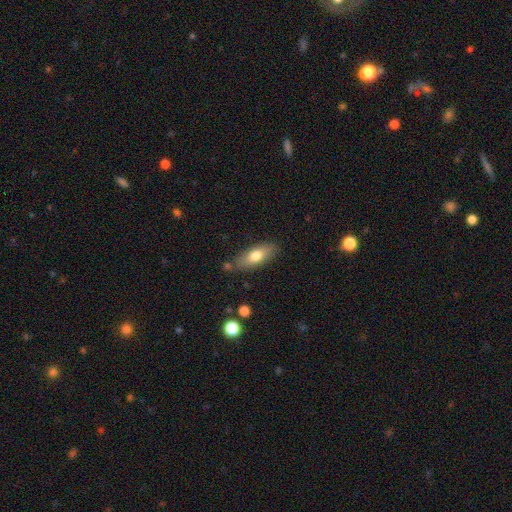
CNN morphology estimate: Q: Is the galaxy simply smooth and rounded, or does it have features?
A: smooth — 71%.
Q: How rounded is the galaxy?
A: in between — 71%.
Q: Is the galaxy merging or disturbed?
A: none — 79%.